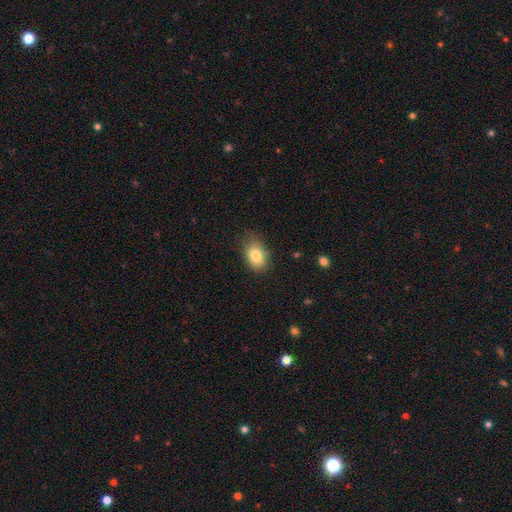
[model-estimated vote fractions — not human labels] Smooth or featured? Predicted: smooth (p=0.82). How rounded? Predicted: in between (p=0.84). Merging? Predicted: none (p=0.73).